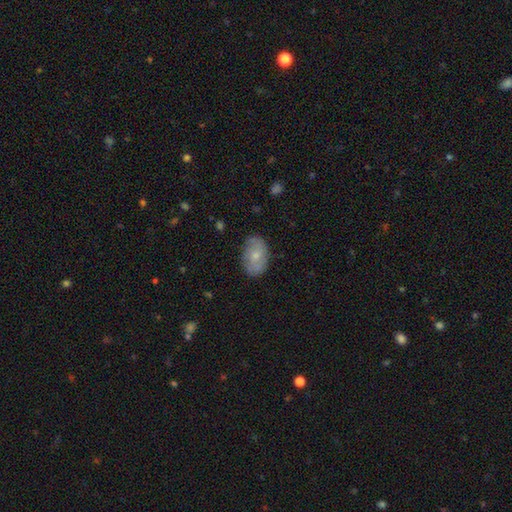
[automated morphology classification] Smooth or featured? smooth (59%)
How rounded? in between (87%)
Merging? none (78%)